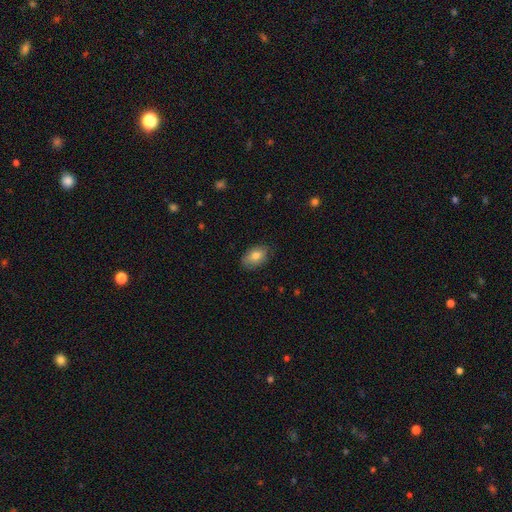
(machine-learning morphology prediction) Smooth or featured? smooth (78%)
How rounded? in between (89%)
Merging? none (80%)